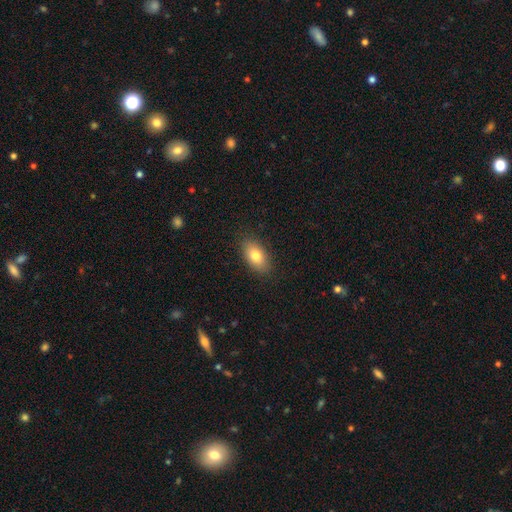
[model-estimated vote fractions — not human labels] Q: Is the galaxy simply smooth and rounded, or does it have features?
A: smooth — 79%.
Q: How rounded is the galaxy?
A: in between — 90%.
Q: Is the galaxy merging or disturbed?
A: none — 87%.